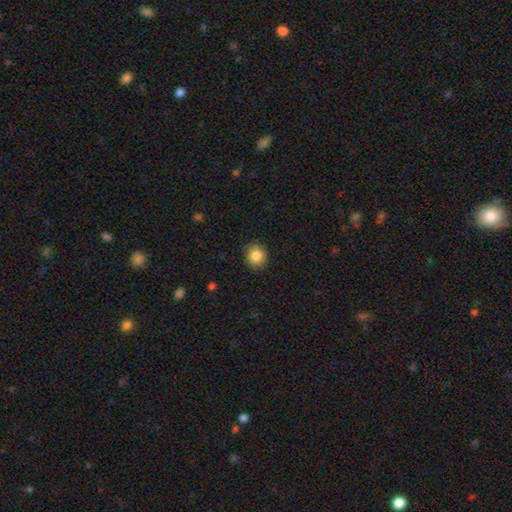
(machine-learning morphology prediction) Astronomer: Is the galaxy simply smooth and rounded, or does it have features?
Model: smooth — 85%.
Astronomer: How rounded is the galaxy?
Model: round — 84%.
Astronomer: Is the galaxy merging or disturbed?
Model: none — 90%.